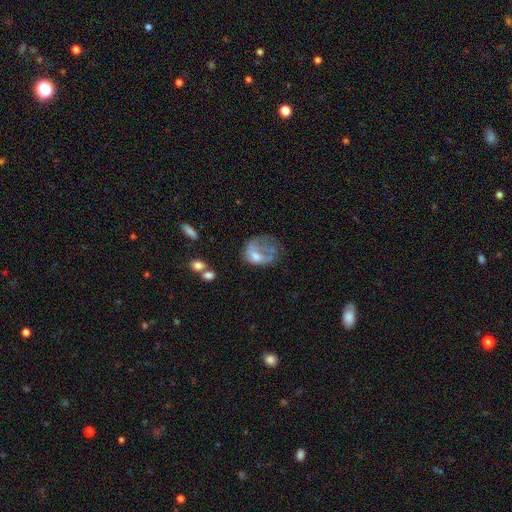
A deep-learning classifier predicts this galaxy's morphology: Smooth or featured? Predicted: smooth (p=0.44). Merging? Predicted: major disturbance (p=0.46).